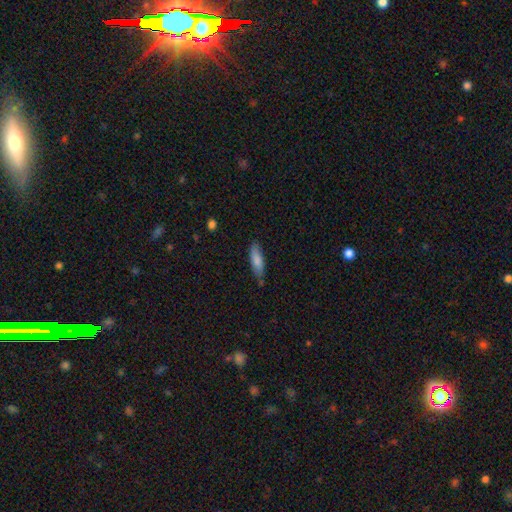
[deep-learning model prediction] smooth 75%, featured or disk 18%, star or artifact 7%. Down the decision tree: how rounded — cigar-shaped (65%); merging — none (79%).